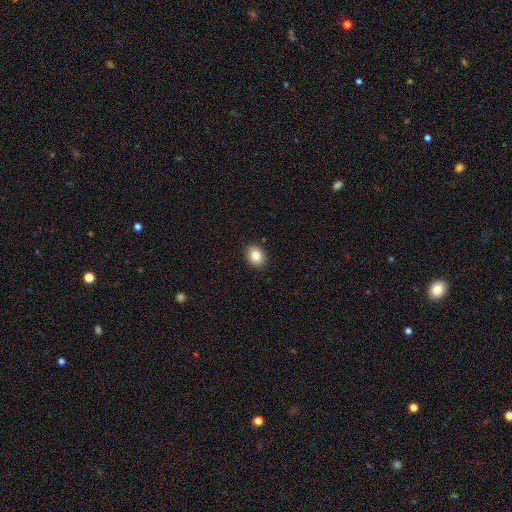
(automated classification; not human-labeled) Smooth or featured: smooth — 84% (star or artifact — 9%)
How rounded: in between — 56% (round — 43%)
Merging: none — 90% (minor disturbance — 7%)